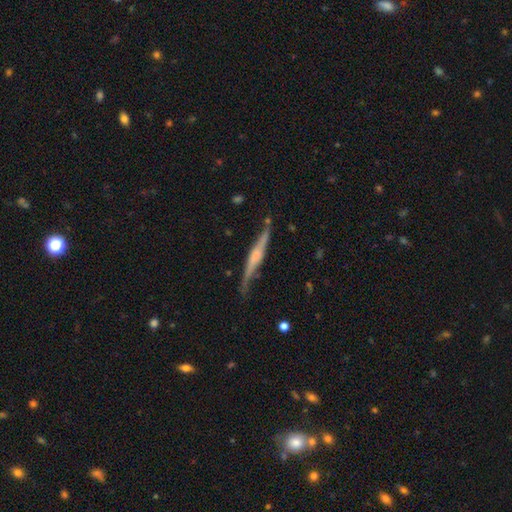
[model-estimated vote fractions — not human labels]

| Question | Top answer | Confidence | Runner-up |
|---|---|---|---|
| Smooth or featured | featured or disk | 70% | smooth (24%) |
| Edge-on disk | yes | 94% | no (6%) |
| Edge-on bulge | rounded | 54% | boxy (26%) |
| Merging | none | 69% | minor disturbance (23%) |